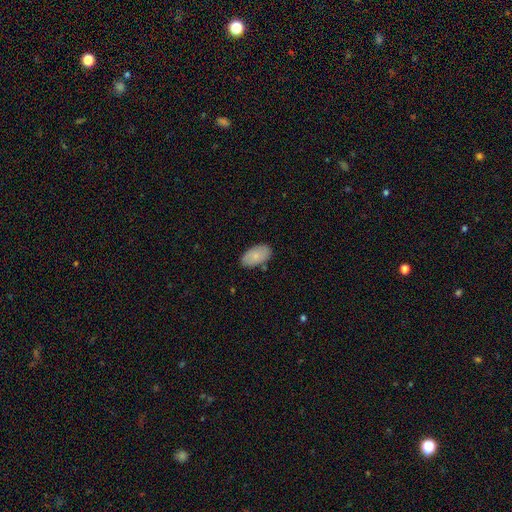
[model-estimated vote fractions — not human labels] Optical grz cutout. It shows a smooth galaxy with no disk features (82%) that is in between round and cigar-shaped (95%). Merging: none (83%).